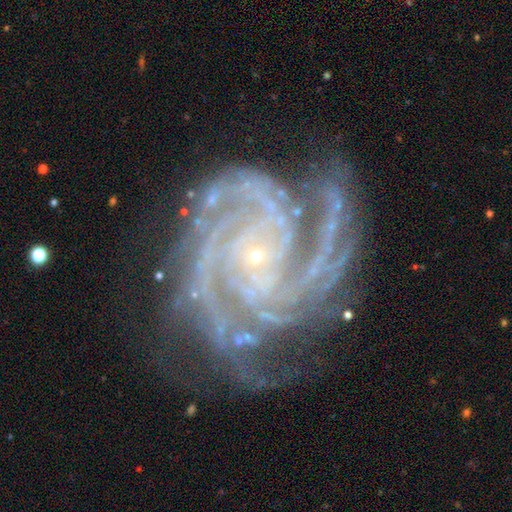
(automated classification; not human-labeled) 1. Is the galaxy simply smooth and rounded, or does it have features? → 93% featured or disk, 5% star or artifact, 2% smooth.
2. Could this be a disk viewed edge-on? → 98% no, 2% yes.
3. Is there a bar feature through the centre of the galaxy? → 71% no, 18% weak, 11% strong.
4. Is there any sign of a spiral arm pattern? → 99% yes, 1% no.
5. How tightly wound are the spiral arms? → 74% tight, 23% medium, 3% loose.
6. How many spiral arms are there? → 29% 4, 24% 3, 15% more than 4, 13% 2, 10% can't tell, 8% 1.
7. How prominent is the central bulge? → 89% small, 6% moderate, 2% none, 1% large, 1% dominant.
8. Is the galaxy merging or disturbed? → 70% none, 19% minor disturbance, 9% major disturbance, 2% merger.